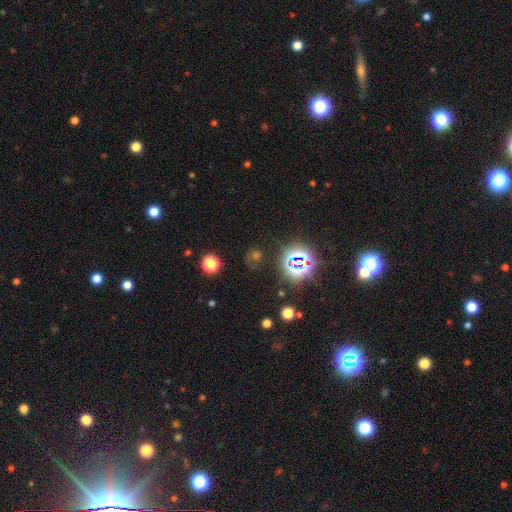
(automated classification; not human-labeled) The model was most divided on "smooth or featured": star or artifact: 61%, smooth: 30%, featured or disk: 9%.